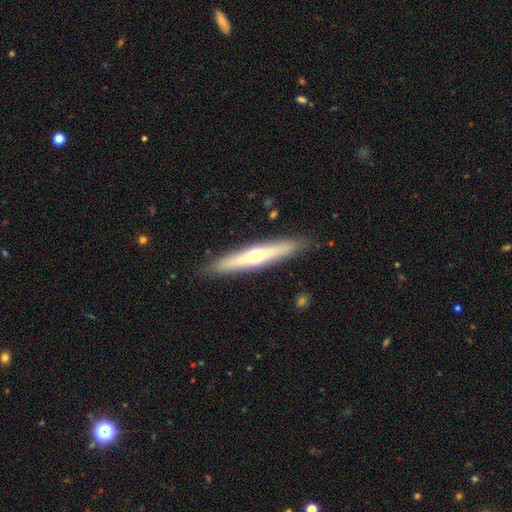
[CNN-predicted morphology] A featured or disk galaxy (54%) viewed edge-on (91%).

Vote fractions:
- Smooth or featured? featured or disk: 54% / smooth: 40% / star or artifact: 6%
- Edge-on disk? yes: 91% / no: 9%
- Merging? none: 89% / minor disturbance: 8% / major disturbance: 2% / merger: 1%